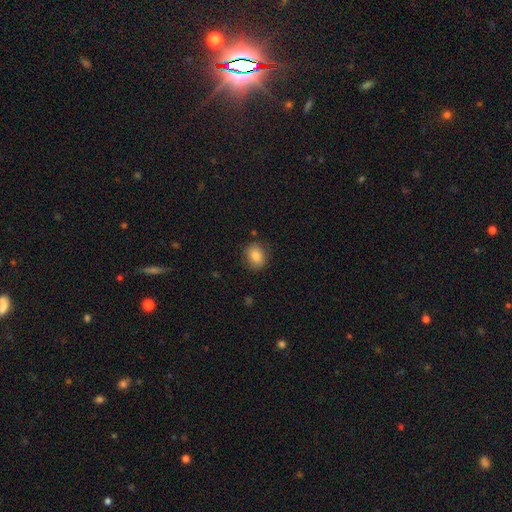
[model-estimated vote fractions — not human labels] Smooth or featured? Predicted: smooth (p=0.83). How rounded? Predicted: round (p=0.55). Merging? Predicted: none (p=0.83).